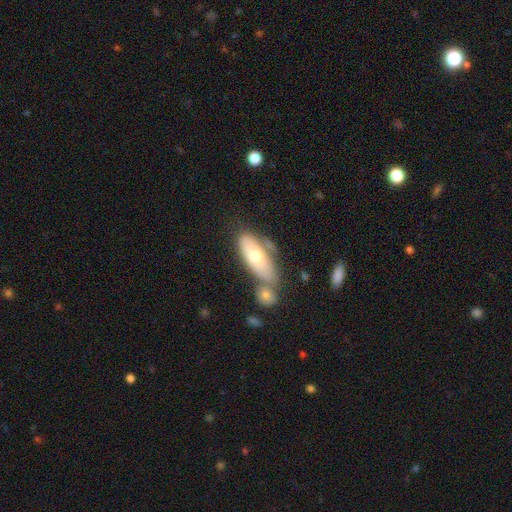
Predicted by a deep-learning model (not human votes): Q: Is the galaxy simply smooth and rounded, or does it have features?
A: smooth — 65%.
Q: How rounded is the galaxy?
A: in between — 77%.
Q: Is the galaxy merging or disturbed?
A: none — 45%.